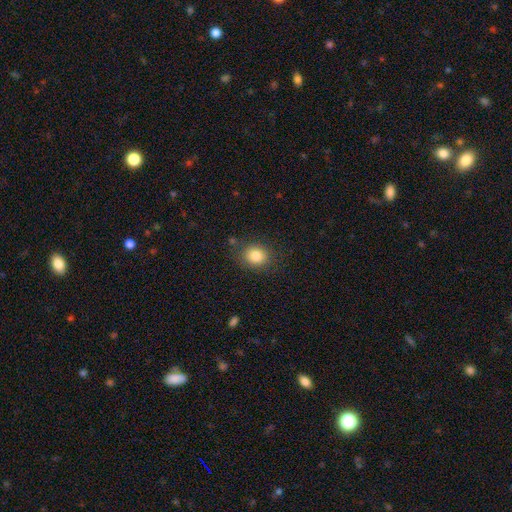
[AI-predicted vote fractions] Smooth or featured? smooth (83%)
How rounded? round (68%)
Merging? none (82%)